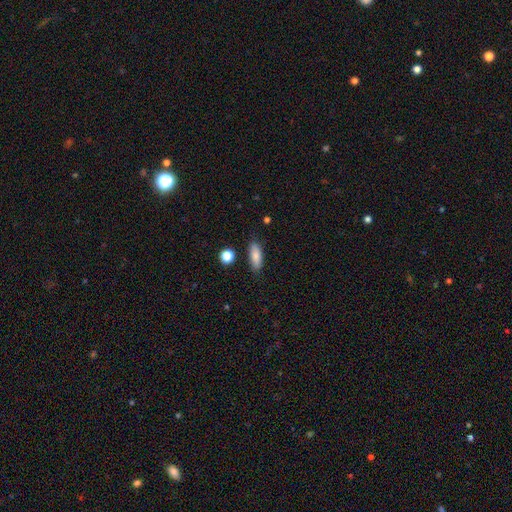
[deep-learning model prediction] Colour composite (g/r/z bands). It shows a smooth galaxy with no disk features (84%) that is in between round and cigar-shaped (69%). Merging: none (84%).